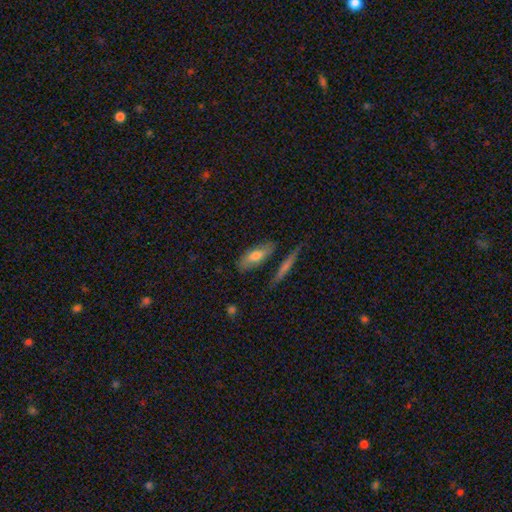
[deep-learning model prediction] Q: Smooth or featured?
A: smooth (66%); runner-up: featured or disk (27%)
Q: How rounded?
A: in between (63%); runner-up: cigar-shaped (34%)
Q: Merging?
A: none (70%); runner-up: minor disturbance (18%)